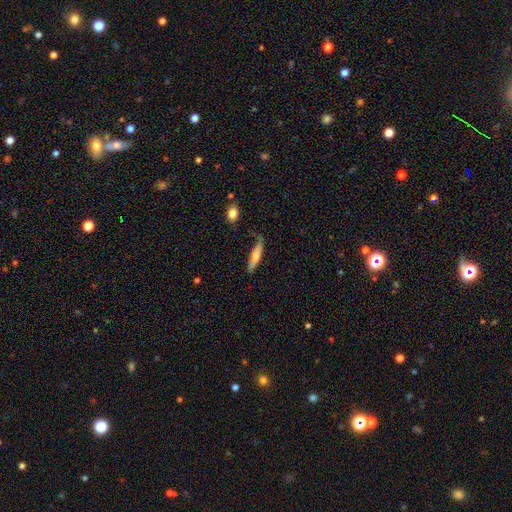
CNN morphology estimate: Smooth or featured?
  - smooth: 58% *
  - featured or disk: 36%
  - star or artifact: 6%
How rounded?
  - cigar-shaped: 78% *
  - in between: 20%
  - round: 2%
Merging?
  - none: 61% *
  - minor disturbance: 27%
  - major disturbance: 8%
  - merger: 3%